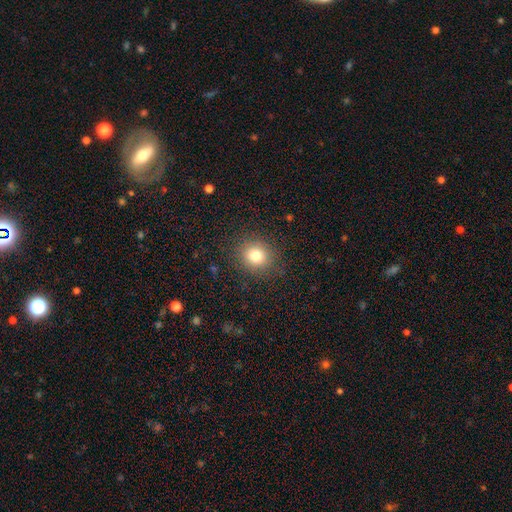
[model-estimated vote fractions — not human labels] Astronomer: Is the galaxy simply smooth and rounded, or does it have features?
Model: smooth — 79%.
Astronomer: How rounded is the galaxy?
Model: round — 81%.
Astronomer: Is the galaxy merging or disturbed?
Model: none — 87%.